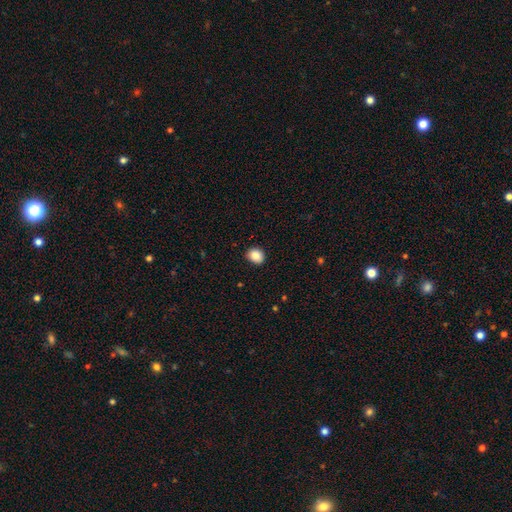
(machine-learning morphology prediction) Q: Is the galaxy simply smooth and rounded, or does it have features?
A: smooth — 88%.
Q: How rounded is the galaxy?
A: round — 60%.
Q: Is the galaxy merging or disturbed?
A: none — 88%.